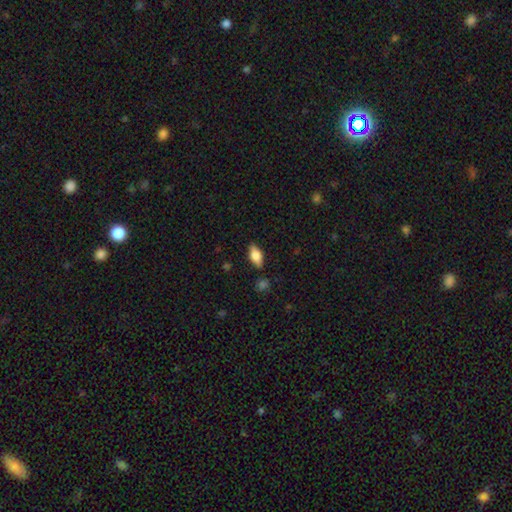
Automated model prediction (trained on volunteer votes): smooth_or_featured: smooth (p=0.66) [alt: featured or disk p=0.26]
how_rounded: in between (p=0.83) [alt: cigar-shaped p=0.13]
merging: none (p=0.83) [alt: minor disturbance p=0.12]